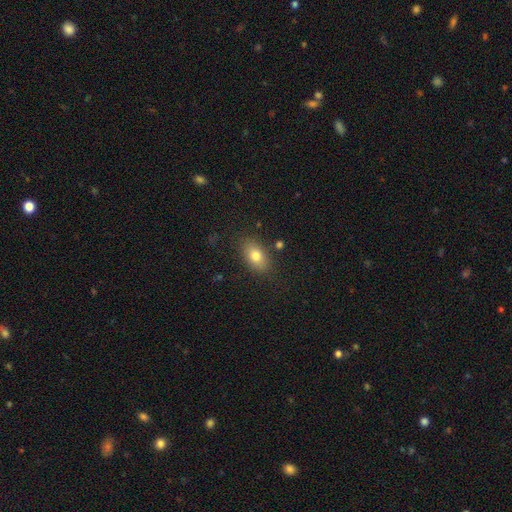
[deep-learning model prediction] Overall: smooth (79%). How rounded: in between (87%). Merging: none (83%).